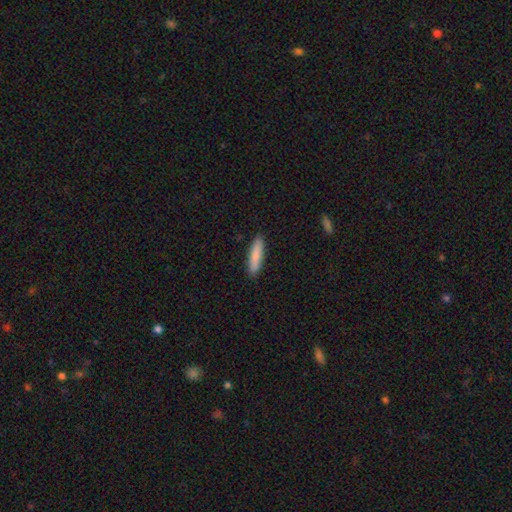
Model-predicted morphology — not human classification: Smooth or featured?
  - smooth: 84% *
  - featured or disk: 10%
  - star or artifact: 5%
How rounded?
  - cigar-shaped: 77% *
  - in between: 22%
  - round: 1%
Merging?
  - none: 90% *
  - minor disturbance: 7%
  - major disturbance: 2%
  - merger: 1%